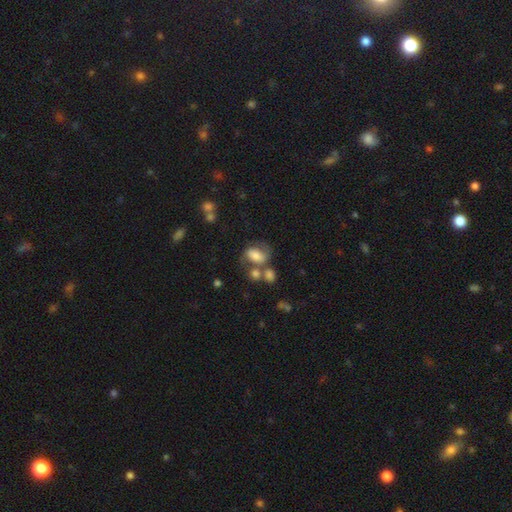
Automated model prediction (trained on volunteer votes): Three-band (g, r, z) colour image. It shows a smooth galaxy with no disk features (53%) that is in between round and cigar-shaped (76%). Merging: none (37%).